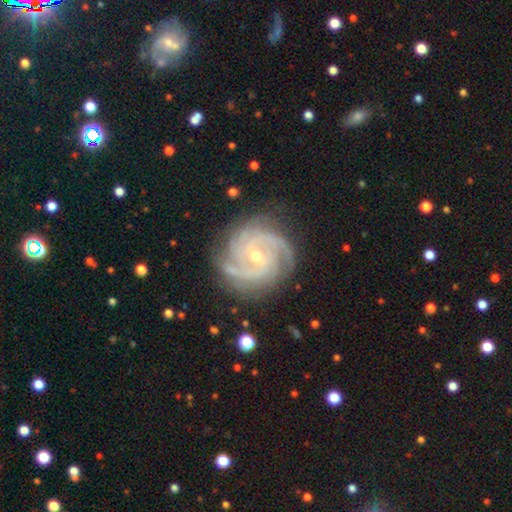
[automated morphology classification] The model was most divided on "bar": no: 51%, weak: 37%, strong: 12%. Remaining: spiral arms — yes (98%); edge-on disk — no (98%); smooth or featured — featured or disk (91%); merging — none (81%); spiral winding — tight (68%); bulge size — small (60%); spiral arm count — 3 (40%).